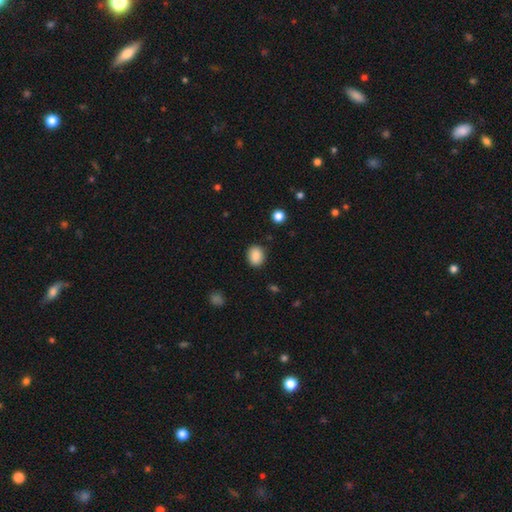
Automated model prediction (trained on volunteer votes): Morphology: type=smooth (88%); roundness=in between (52%); merging=none (87%).